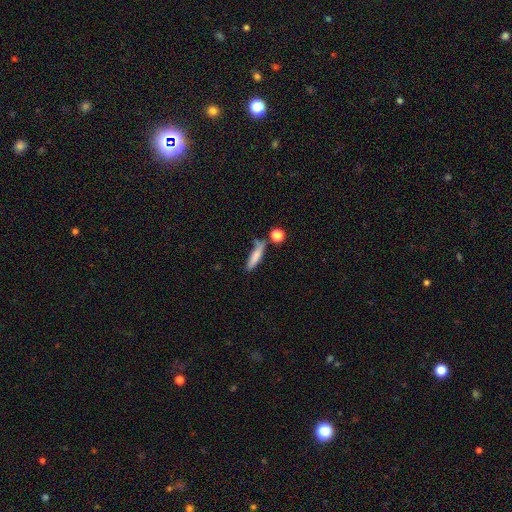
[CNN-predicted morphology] Overall: smooth (73%). How rounded: cigar-shaped (76%). Merging: none (57%; minor disturbance 21%).